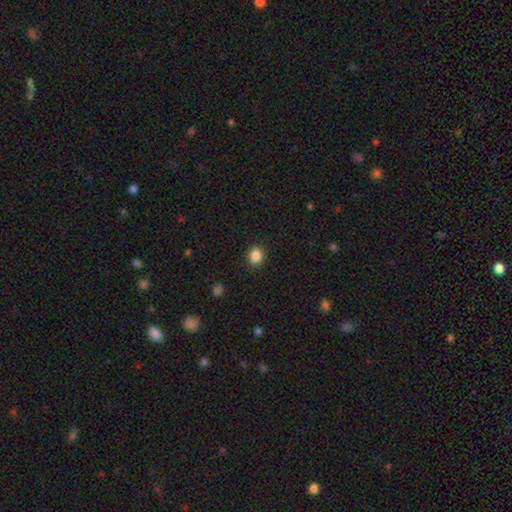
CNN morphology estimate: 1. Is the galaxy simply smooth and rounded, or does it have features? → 86% smooth, 10% star or artifact, 3% featured or disk.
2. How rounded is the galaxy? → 68% round, 31% in between, 1% cigar-shaped.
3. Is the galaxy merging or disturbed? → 90% none, 6% minor disturbance, 2% major disturbance, 1% merger.